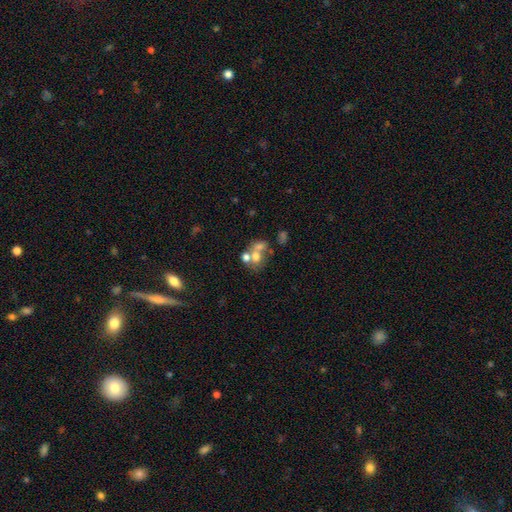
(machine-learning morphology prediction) type=smooth (55%); roundness=round (50%); merging=merger (57%).